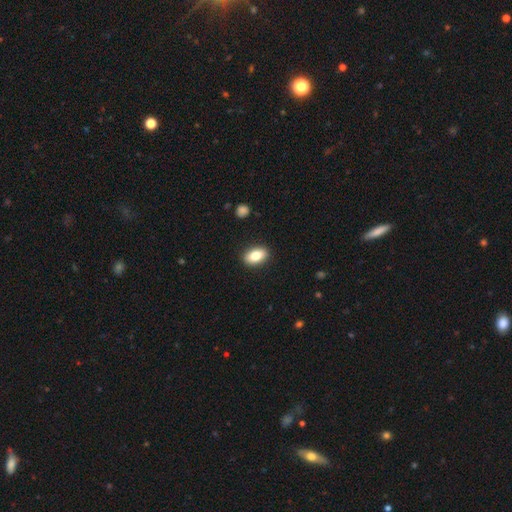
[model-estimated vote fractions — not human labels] Smooth or featured? smooth (82%)
How rounded? in between (88%)
Merging? none (89%)